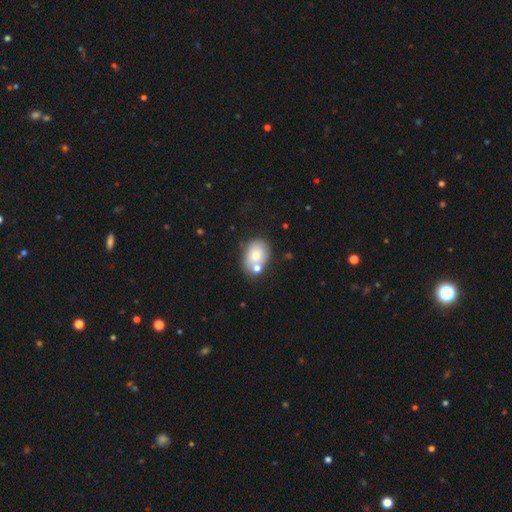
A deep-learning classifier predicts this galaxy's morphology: Q: Smooth or featured?
A: smooth (69%); runner-up: featured or disk (23%)
Q: How rounded?
A: in between (73%); runner-up: round (26%)
Q: Merging?
A: none (49%); runner-up: merger (27%)